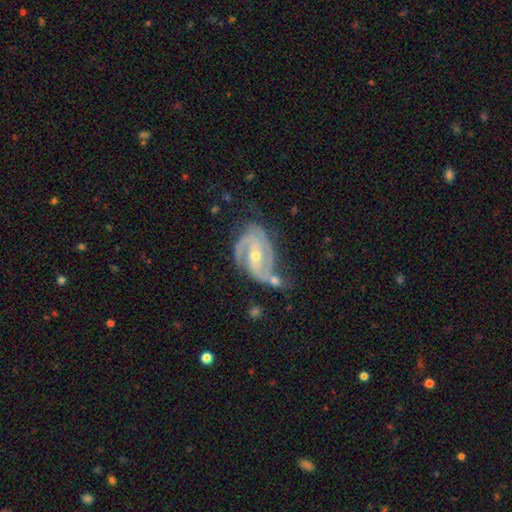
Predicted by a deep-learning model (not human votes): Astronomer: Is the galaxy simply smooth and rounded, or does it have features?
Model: featured or disk — 90%.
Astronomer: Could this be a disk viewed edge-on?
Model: no — 97%.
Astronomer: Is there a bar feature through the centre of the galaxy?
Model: no — 39%, tied with weak at 39%.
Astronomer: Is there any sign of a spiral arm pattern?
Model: yes — 98%.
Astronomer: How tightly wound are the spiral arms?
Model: tight — 49% (runner-up: medium, 42%).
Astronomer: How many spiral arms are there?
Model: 2 — 56%.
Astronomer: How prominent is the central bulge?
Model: small — 51% (runner-up: moderate, 47%).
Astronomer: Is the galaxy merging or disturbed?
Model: none — 45% (runner-up: minor disturbance, 24%).